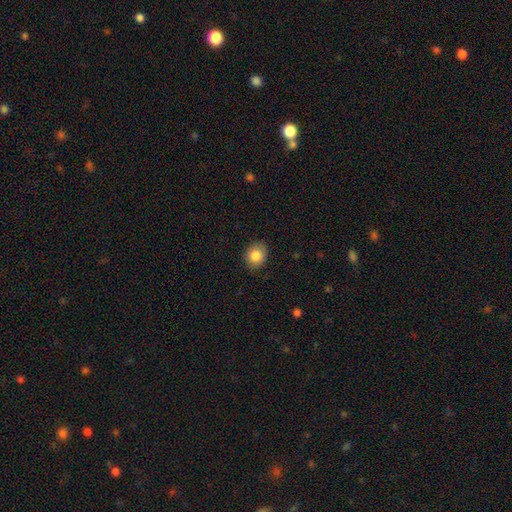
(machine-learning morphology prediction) type=smooth (84%); roundness=round (61%); merging=none (87%).